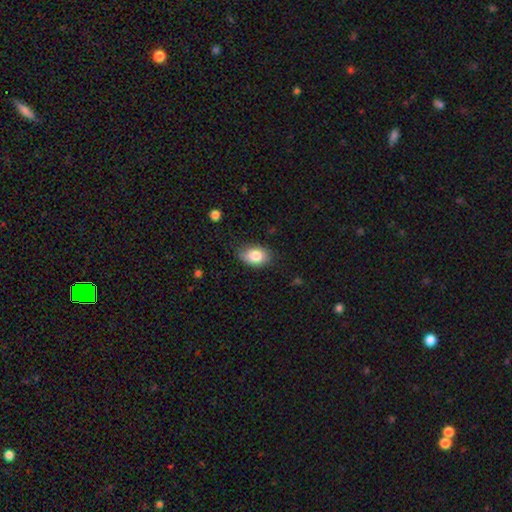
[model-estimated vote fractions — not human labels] A smooth galaxy with no disk features (83%) that is in between round and cigar-shaped (84%).

Vote fractions:
- Smooth or featured? smooth: 83% / featured or disk: 10% / star or artifact: 8%
- How rounded? in between: 84% / round: 14% / cigar-shaped: 1%
- Merging? none: 72% / minor disturbance: 23% / major disturbance: 4% / merger: 1%